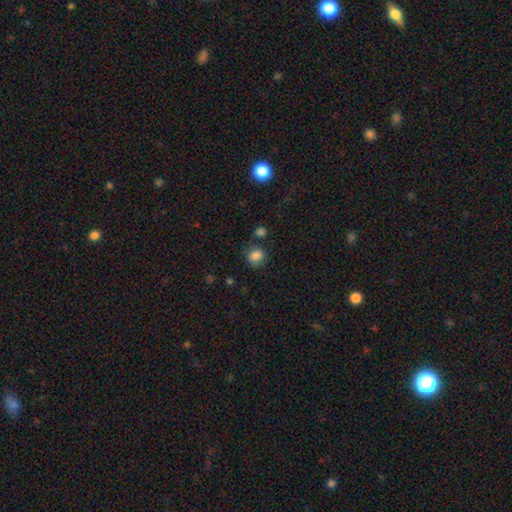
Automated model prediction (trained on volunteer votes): This appears to be a smooth galaxy with no disk features (83%) that is round (66%). Merging: none (67%).